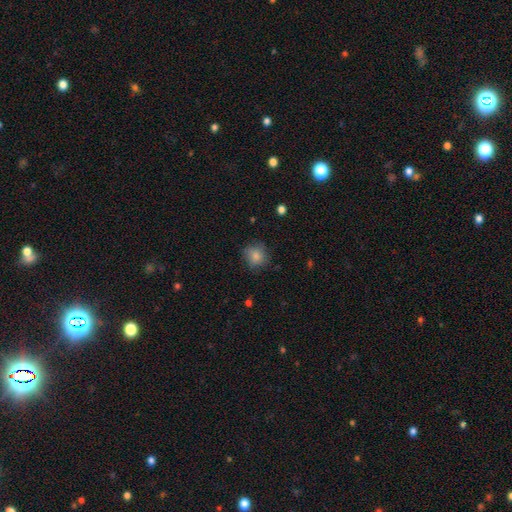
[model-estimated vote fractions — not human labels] smooth 82%, star or artifact 10%, featured or disk 8%. Down the decision tree: how rounded — round (83%); merging — none (76%).